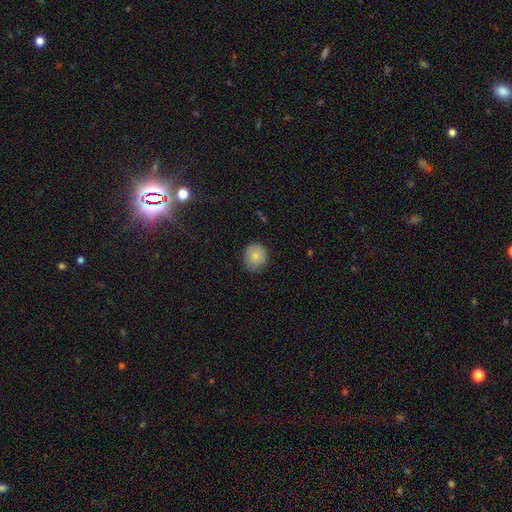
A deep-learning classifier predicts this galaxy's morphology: Smooth or featured?
  - smooth: 83% *
  - star or artifact: 9%
  - featured or disk: 8%
How rounded?
  - round: 88% *
  - in between: 11%
  - cigar-shaped: 1%
Merging?
  - none: 82% *
  - minor disturbance: 14%
  - major disturbance: 3%
  - merger: 1%